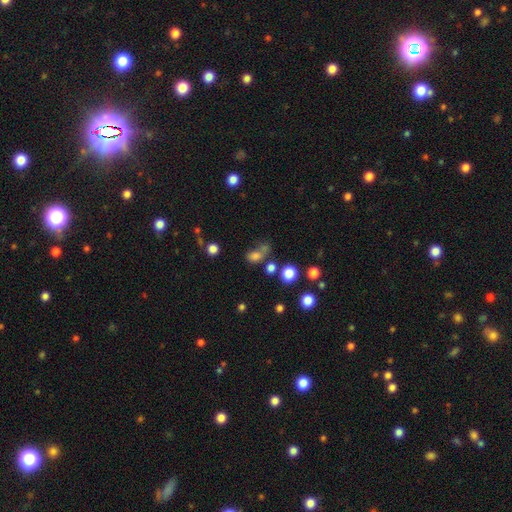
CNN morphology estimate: Smooth or featured: smooth — 73% (star or artifact — 18%)
How rounded: in between — 65% (round — 32%)
Merging: none — 42% (merger — 22%)